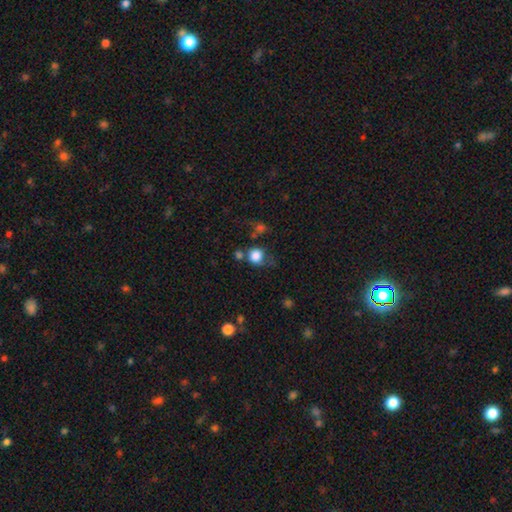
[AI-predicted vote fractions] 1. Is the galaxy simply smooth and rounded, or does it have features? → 82% smooth, 11% star or artifact, 7% featured or disk.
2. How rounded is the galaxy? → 82% round, 17% in between, 1% cigar-shaped.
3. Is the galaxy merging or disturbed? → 49% none, 22% minor disturbance, 15% merger, 14% major disturbance.